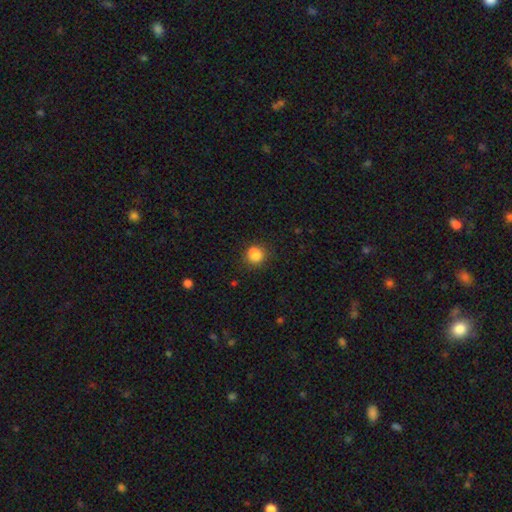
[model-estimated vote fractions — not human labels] Q: Smooth or featured?
A: smooth (82%); runner-up: star or artifact (11%)
Q: How rounded?
A: round (68%); runner-up: in between (31%)
Q: Merging?
A: none (66%); runner-up: minor disturbance (18%)